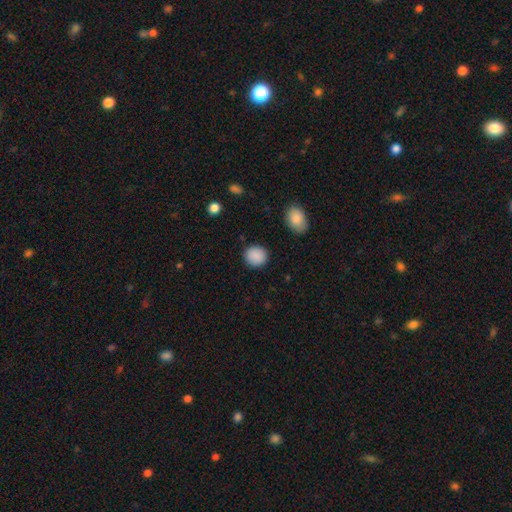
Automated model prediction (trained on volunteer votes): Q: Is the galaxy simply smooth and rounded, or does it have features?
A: smooth — 89%.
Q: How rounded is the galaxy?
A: round — 83%.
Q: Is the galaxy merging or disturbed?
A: none — 89%.